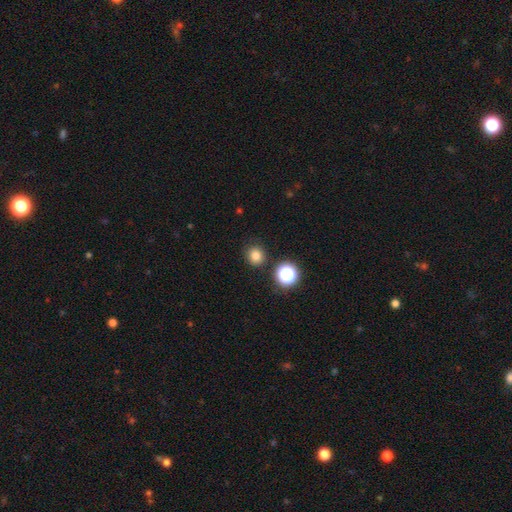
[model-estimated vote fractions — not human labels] smooth_or_featured: smooth (p=0.79) [alt: star or artifact p=0.16]
how_rounded: round (p=0.88) [alt: in between p=0.11]
merging: none (p=0.88) [alt: minor disturbance p=0.07]